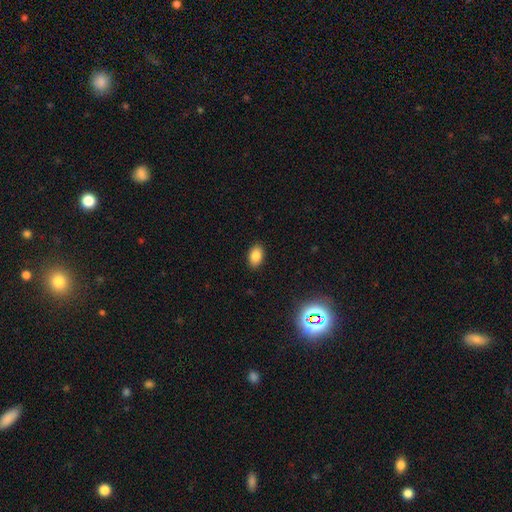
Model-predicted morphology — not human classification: Smooth or featured: smooth — 83% (star or artifact — 11%)
How rounded: in between — 87% (round — 12%)
Merging: none — 89% (minor disturbance — 8%)